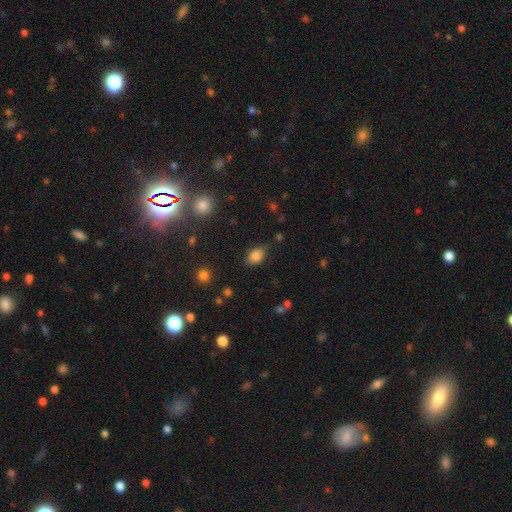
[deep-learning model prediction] Morphology: type=smooth (84%); roundness=in between (82%); merging=none (75%).